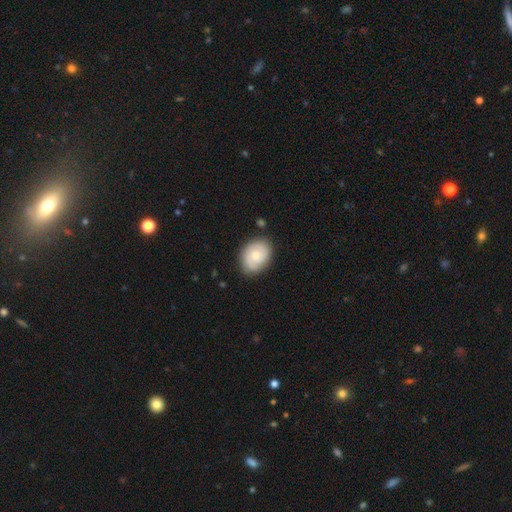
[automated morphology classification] A featured or disk galaxy (49%).

Vote fractions:
- Smooth or featured? featured or disk: 49% / smooth: 45% / star or artifact: 6%
- Merging? none: 80% / minor disturbance: 14% / major disturbance: 3% / merger: 2%